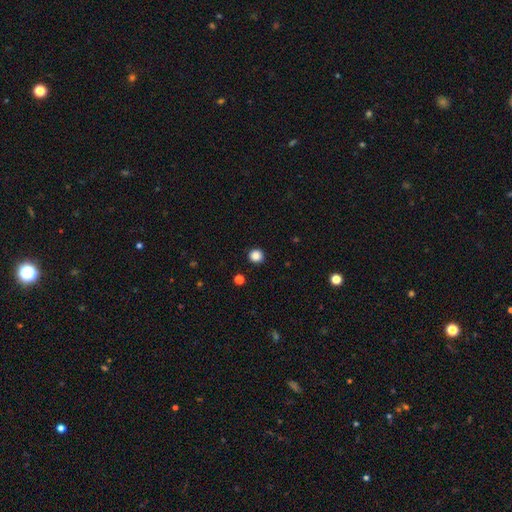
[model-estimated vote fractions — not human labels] Smooth or featured: smooth — 86% (star or artifact — 11%)
How rounded: round — 94% (in between — 5%)
Merging: none — 92% (minor disturbance — 5%)